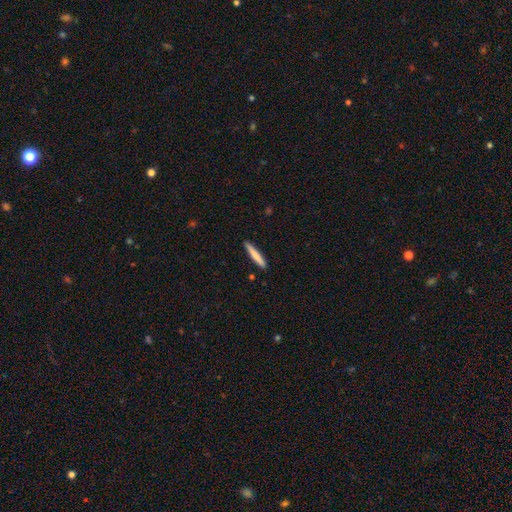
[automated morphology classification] The model was most divided on "smooth or featured": smooth: 74%, featured or disk: 21%, star or artifact: 5%. More confident: how rounded — cigar-shaped (94%); merging — none (90%).